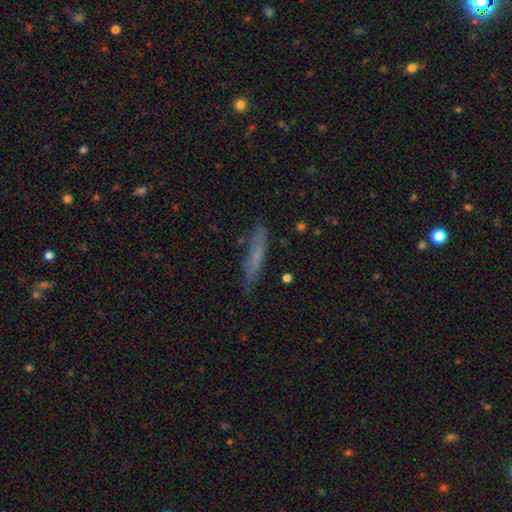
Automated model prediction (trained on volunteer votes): smooth-or-featured: smooth: 61% | featured or disk: 29% | star or artifact: 10%
  how-rounded: cigar-shaped: 89% | in between: 10% | round: 2%
  merging: none: 80% | minor disturbance: 14% | major disturbance: 3% | merger: 2%